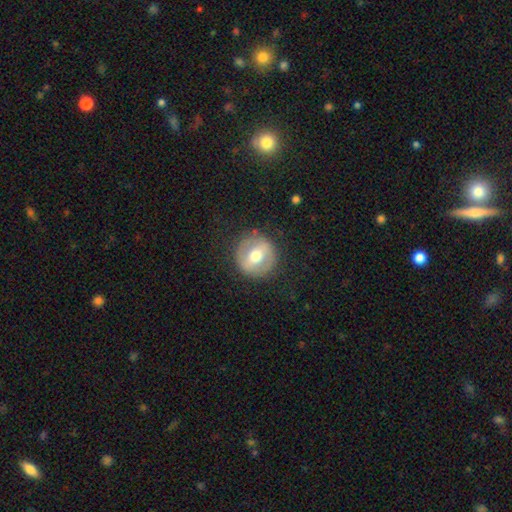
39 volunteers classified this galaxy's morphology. smooth_or_featured: smooth (p=0.59) [alt: featured or disk p=0.33]
how_rounded: round (p=0.96) [alt: cigar-shaped p=0.04]
merging: none (p=0.81) [alt: minor disturbance p=0.11]